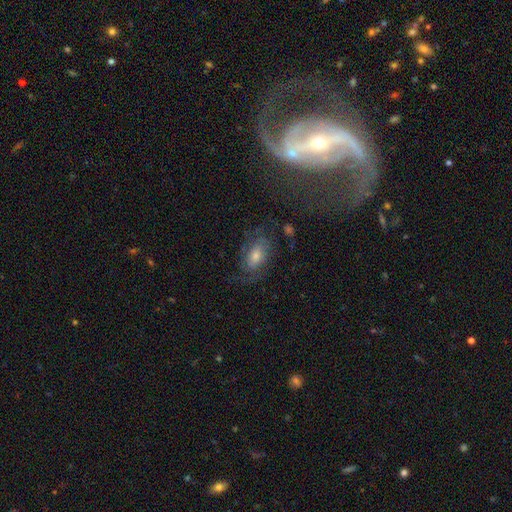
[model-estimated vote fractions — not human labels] This is possibly a featured or disk galaxy (58%). It is clearly not viewed edge-on (92%). Bar: possibly no (57%). Spiral arm pattern: clearly yes (84%). Central bulge: possibly moderate (53%). Merging: likely none (63%).